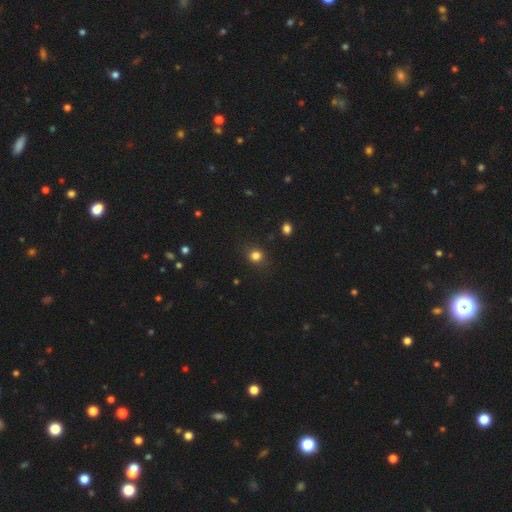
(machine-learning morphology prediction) Overall: smooth (81%). How rounded: round (77%). Merging: none (84%).